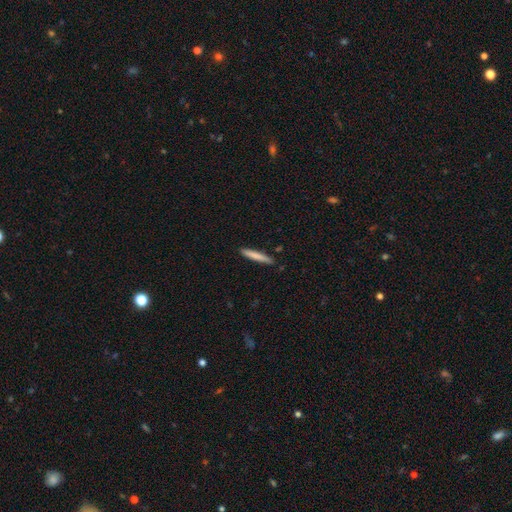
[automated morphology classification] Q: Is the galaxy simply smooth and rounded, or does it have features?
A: smooth — 78%.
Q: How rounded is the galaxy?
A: cigar-shaped — 95%.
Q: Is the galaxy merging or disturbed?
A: none — 89%.